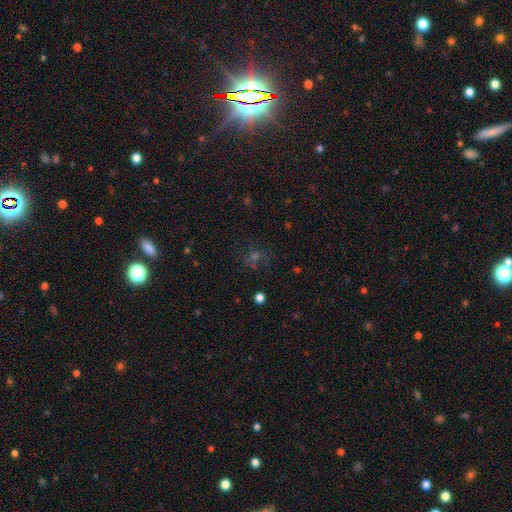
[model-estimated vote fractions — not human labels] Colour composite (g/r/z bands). It shows a star or artifact, not a galaxy (47%).